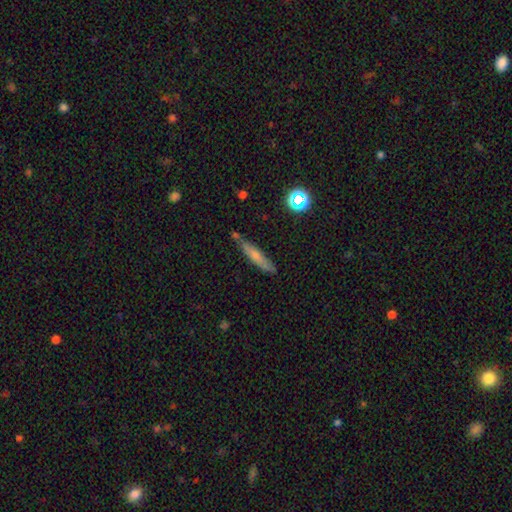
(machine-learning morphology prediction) Q: Smooth or featured?
A: smooth (61%); runner-up: featured or disk (29%)
Q: How rounded?
A: cigar-shaped (87%); runner-up: in between (11%)
Q: Merging?
A: none (73%); runner-up: minor disturbance (17%)